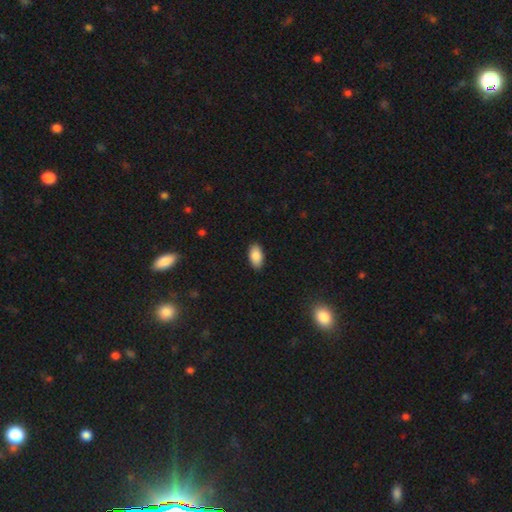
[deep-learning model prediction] Q: Smooth or featured?
A: smooth (88%); runner-up: star or artifact (7%)
Q: How rounded?
A: in between (94%); runner-up: round (3%)
Q: Merging?
A: none (88%); runner-up: minor disturbance (9%)